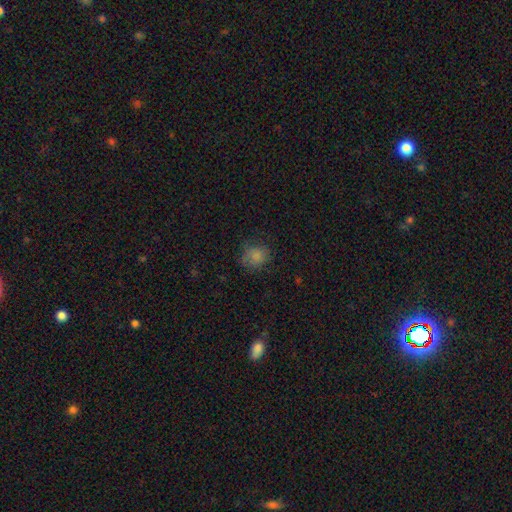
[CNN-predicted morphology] A smooth galaxy with no disk features (81%) that is round (74%). Merging: none (72%).